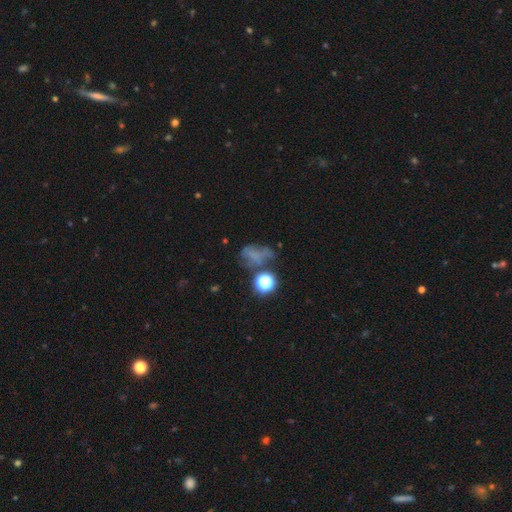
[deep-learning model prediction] smooth-or-featured: smooth: 39% | star or artifact: 35% | featured or disk: 26%
  merging: none: 36% | major disturbance: 27% | minor disturbance: 21% | merger: 15%